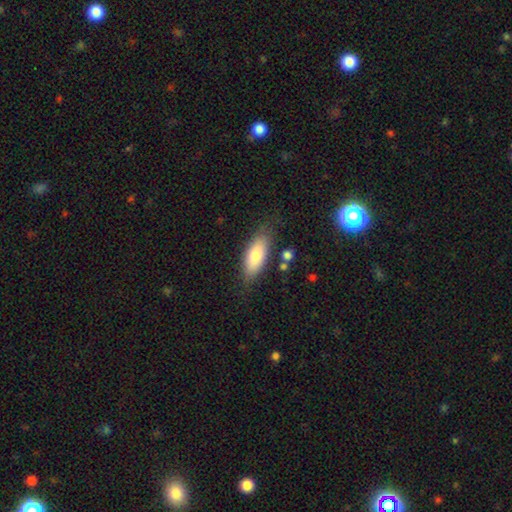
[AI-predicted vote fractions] A smooth galaxy with no disk features (78%) that is in between round and cigar-shaped (78%).

Vote fractions:
- Smooth or featured? smooth: 78% / featured or disk: 16% / star or artifact: 6%
- How rounded? in between: 78% / cigar-shaped: 20% / round: 2%
- Merging? none: 76% / minor disturbance: 16% / major disturbance: 4% / merger: 3%